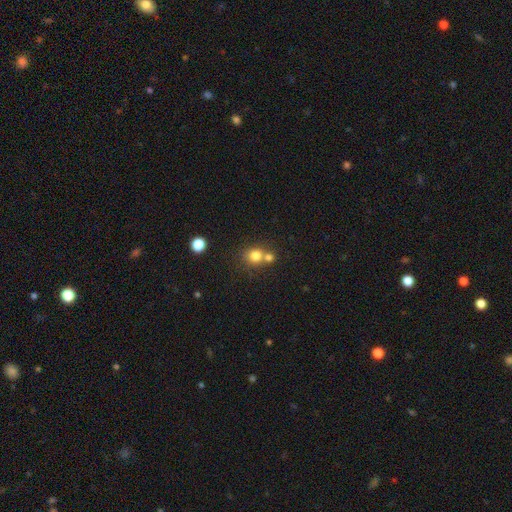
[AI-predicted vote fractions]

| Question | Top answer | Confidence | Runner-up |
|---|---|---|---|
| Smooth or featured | smooth | 78% | star or artifact (13%) |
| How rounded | round | 81% | in between (18%) |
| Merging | none | 49% | merger (40%) |